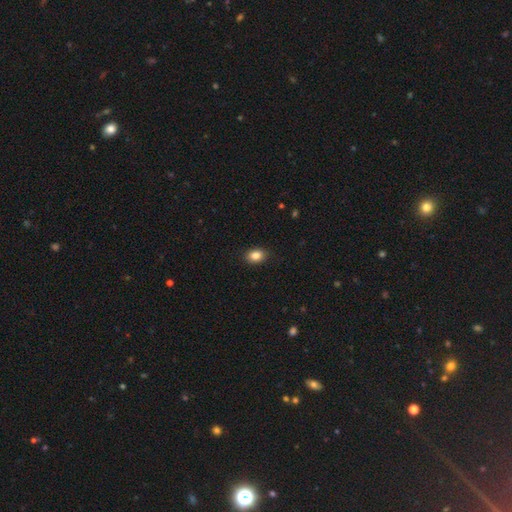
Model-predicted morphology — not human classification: smooth-or-featured: smooth: 85% | star or artifact: 9% | featured or disk: 5%
  how-rounded: in between: 69% | round: 30% | cigar-shaped: 1%
  merging: none: 90% | minor disturbance: 8% | major disturbance: 2% | merger: 1%